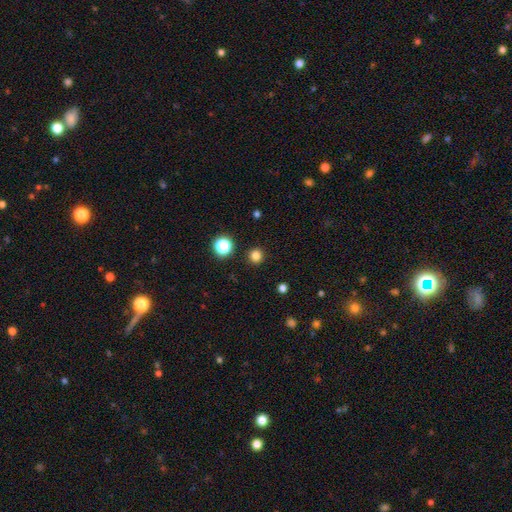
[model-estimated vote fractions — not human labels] smooth_or_featured: smooth (p=0.81) [alt: star or artifact p=0.15]
how_rounded: round (p=0.94) [alt: in between p=0.05]
merging: none (p=0.92) [alt: minor disturbance p=0.05]